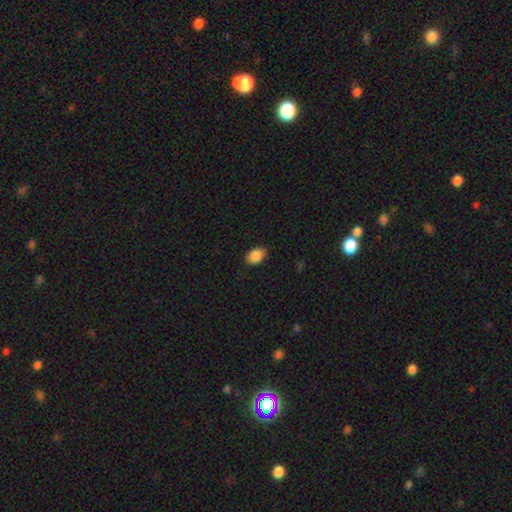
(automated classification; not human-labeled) Morphology: type=smooth (88%); roundness=in between (80%); merging=none (84%).